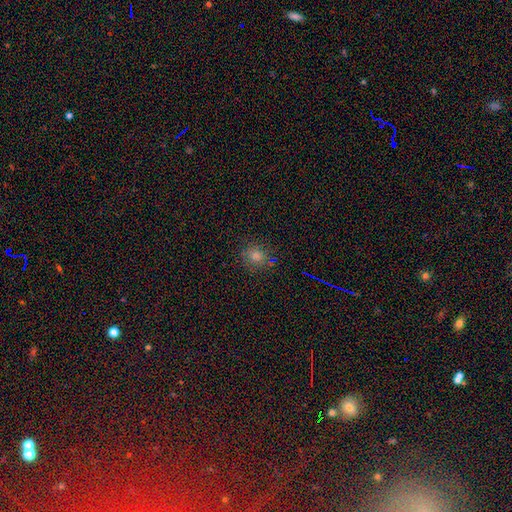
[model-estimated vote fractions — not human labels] Q: Smooth or featured?
A: smooth (70%); runner-up: star or artifact (23%)
Q: How rounded?
A: round (80%); runner-up: in between (19%)
Q: Merging?
A: none (84%); runner-up: minor disturbance (11%)